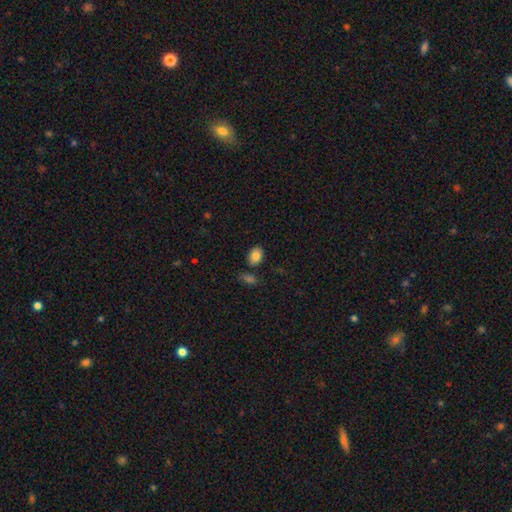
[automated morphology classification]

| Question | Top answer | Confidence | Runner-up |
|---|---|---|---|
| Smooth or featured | smooth | 84% | star or artifact (9%) |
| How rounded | in between | 76% | round (23%) |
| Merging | none | 78% | minor disturbance (12%) |